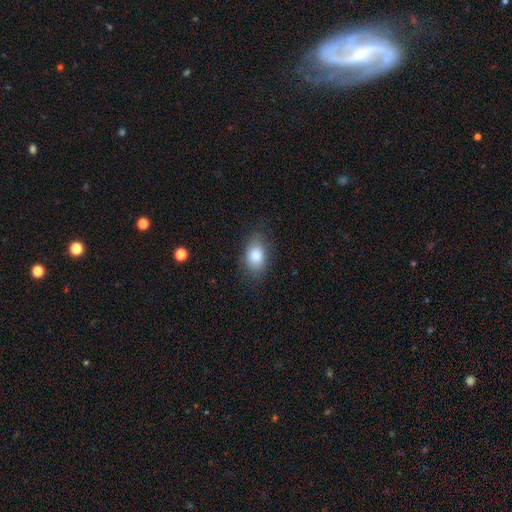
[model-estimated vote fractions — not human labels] Smooth or featured: smooth — 84% (featured or disk — 8%)
How rounded: in between — 86% (round — 13%)
Merging: none — 79% (minor disturbance — 15%)